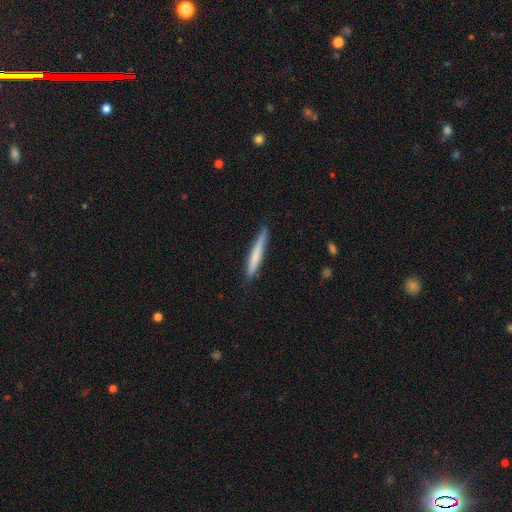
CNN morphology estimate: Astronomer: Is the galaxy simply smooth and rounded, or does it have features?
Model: smooth — 66%.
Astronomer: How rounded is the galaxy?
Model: cigar-shaped — 96%.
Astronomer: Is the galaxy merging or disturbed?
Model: none — 84%.